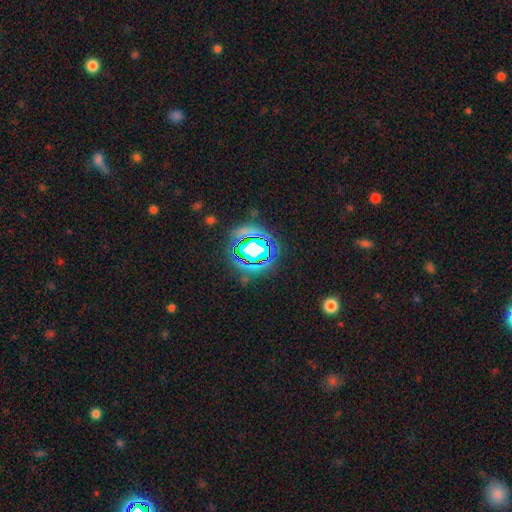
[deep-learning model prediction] smooth-or-featured: star or artifact: 70% | smooth: 18% | featured or disk: 12%